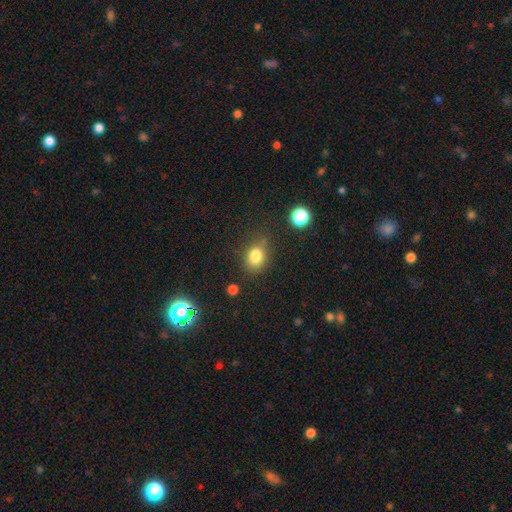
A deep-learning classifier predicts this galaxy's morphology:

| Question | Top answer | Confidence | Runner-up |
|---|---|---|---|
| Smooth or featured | smooth | 80% | star or artifact (12%) |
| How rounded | in between | 50% | round (49%) |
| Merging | none | 65% | minor disturbance (23%) |